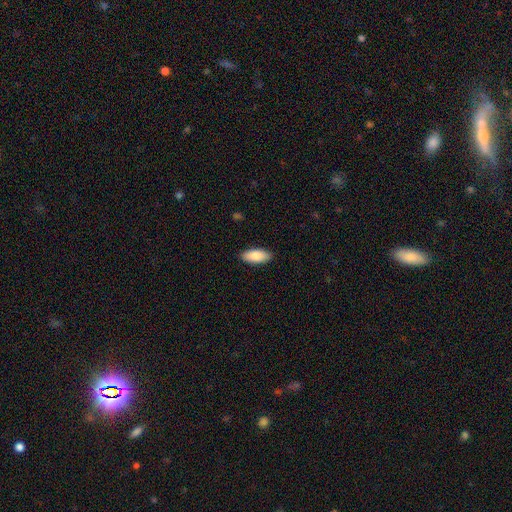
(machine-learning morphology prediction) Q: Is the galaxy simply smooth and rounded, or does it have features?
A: smooth — 88%.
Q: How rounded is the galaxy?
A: in between — 87%.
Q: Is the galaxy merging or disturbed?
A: none — 89%.